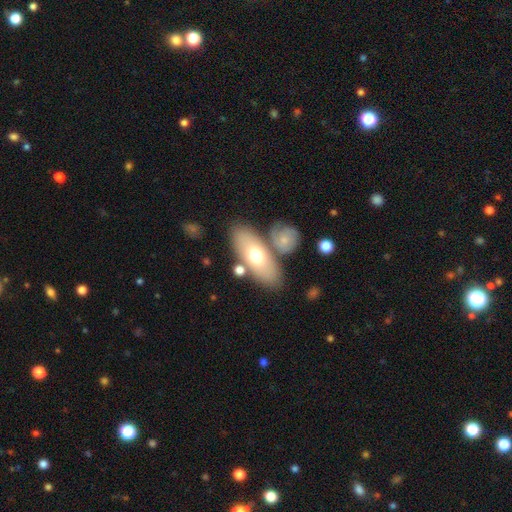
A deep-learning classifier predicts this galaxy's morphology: This is likely a smooth galaxy (60%). How rounded: likely in between (78%). Merging: likely none (69%).